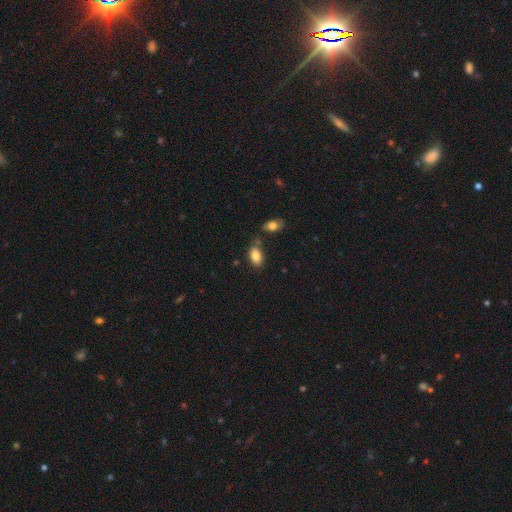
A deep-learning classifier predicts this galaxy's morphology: Smooth or featured? Predicted: smooth (p=0.84). How rounded? Predicted: in between (p=0.92). Merging? Predicted: none (p=0.66).